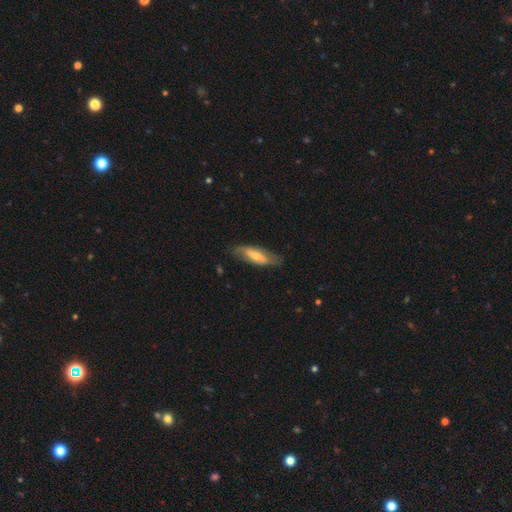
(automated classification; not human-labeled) Smooth or featured: smooth — 48% (featured or disk — 46%)
Merging: none — 73% (minor disturbance — 20%)